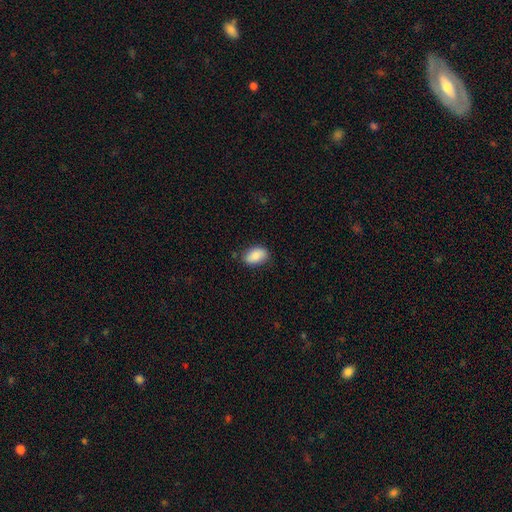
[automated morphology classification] The model was most divided on "merging": none: 82%, minor disturbance: 14%, major disturbance: 3%, merger: 1%. More confident: how rounded — in between (89%); smooth or featured — smooth (86%).